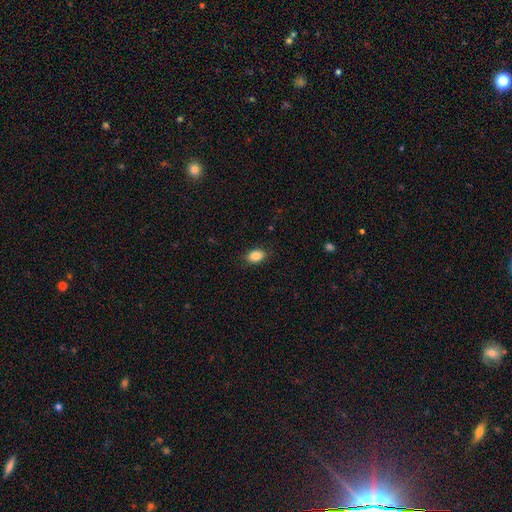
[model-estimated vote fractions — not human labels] Q: Smooth or featured?
A: smooth (87%); runner-up: star or artifact (8%)
Q: How rounded?
A: in between (83%); runner-up: round (16%)
Q: Merging?
A: none (86%); runner-up: minor disturbance (11%)